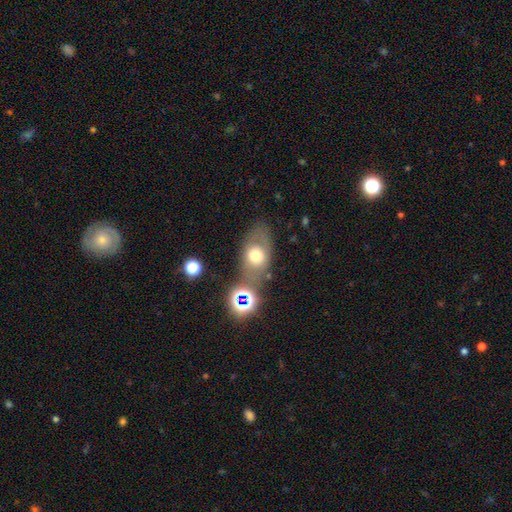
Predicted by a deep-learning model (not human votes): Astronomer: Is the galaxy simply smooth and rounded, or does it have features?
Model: smooth — 60%.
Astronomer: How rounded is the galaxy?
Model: in between — 73%.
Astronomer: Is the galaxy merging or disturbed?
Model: none — 59%.